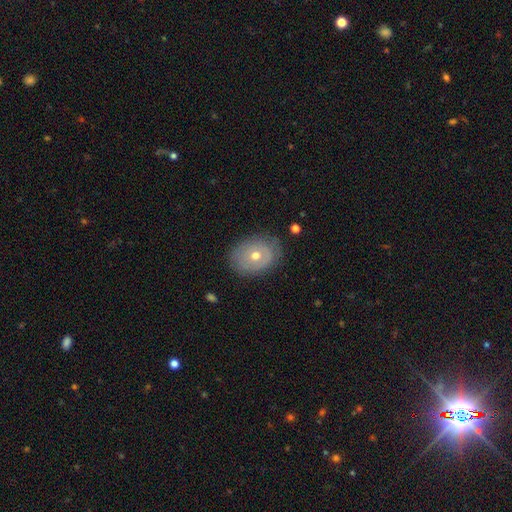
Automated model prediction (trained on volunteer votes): A featured or disk galaxy (49%).

Vote fractions:
- Smooth or featured? featured or disk: 49% / smooth: 43% / star or artifact: 8%
- Merging? none: 74% / minor disturbance: 19% / major disturbance: 6% / merger: 1%